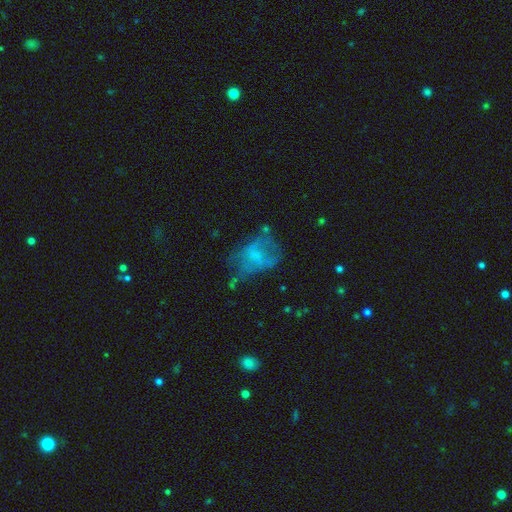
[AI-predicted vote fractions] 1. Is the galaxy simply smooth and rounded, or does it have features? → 44% featured or disk, 42% smooth, 14% star or artifact.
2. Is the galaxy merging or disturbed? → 39% major disturbance, 31% none, 24% minor disturbance, 6% merger.